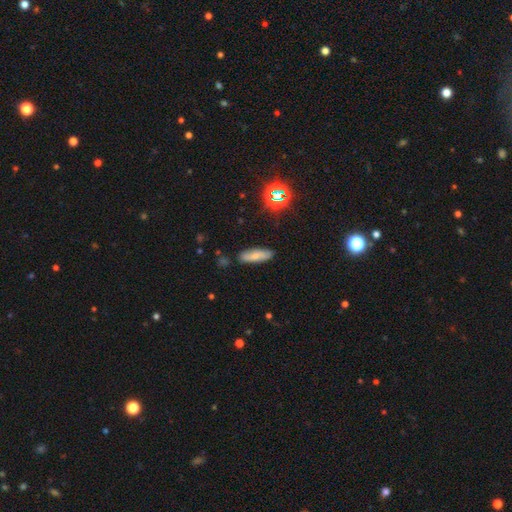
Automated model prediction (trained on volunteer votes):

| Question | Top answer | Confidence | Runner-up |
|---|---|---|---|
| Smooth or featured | smooth | 72% | featured or disk (18%) |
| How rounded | cigar-shaped | 52% | in between (45%) |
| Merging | none | 84% | minor disturbance (12%) |